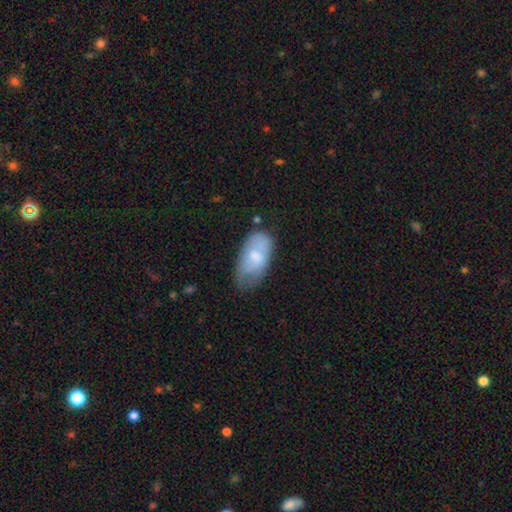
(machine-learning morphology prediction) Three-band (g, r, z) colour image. It shows a smooth galaxy with no disk features (65%) that is in between round and cigar-shaped (93%). Merging: none (44%).